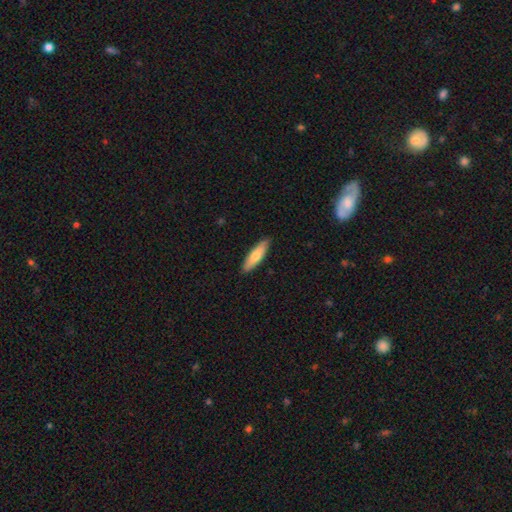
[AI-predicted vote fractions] Q: Smooth or featured?
A: smooth (72%); runner-up: featured or disk (23%)
Q: How rounded?
A: cigar-shaped (65%); runner-up: in between (33%)
Q: Merging?
A: none (90%); runner-up: minor disturbance (7%)